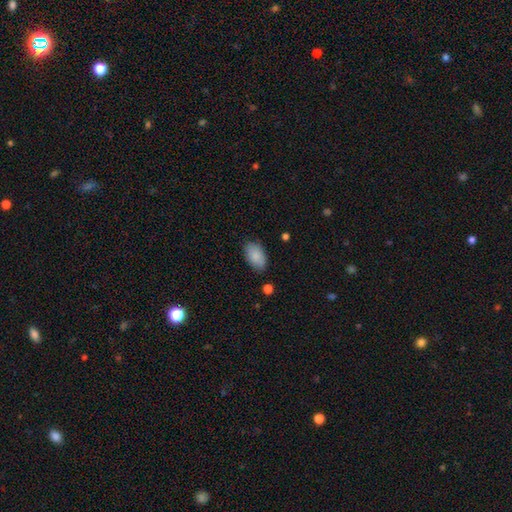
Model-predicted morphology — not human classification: smooth 86%, featured or disk 7%, star or artifact 7%. Down the decision tree: how rounded — in between (93%); merging — none (81%).